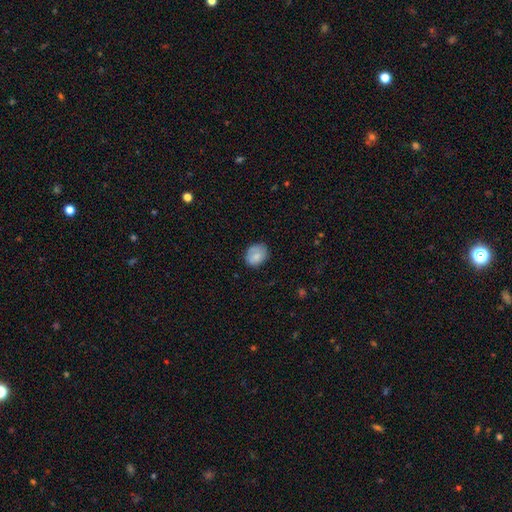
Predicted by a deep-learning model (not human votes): This appears to be a smooth galaxy with no disk features (78%) that is in between round and cigar-shaped (53%). Merging: none (68%).